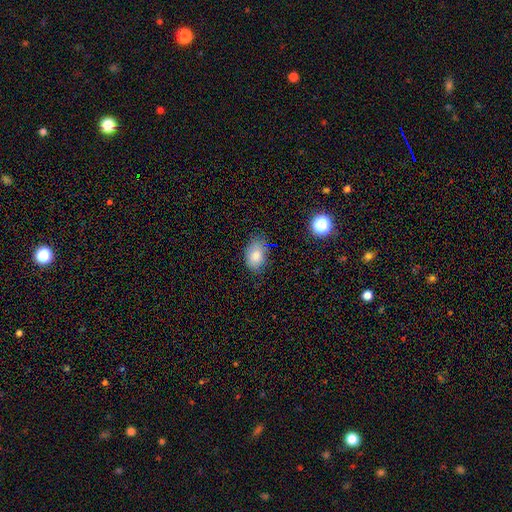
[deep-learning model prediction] smooth-or-featured: smooth: 83% | star or artifact: 10% | featured or disk: 7%
  how-rounded: in between: 86% | round: 12% | cigar-shaped: 1%
  merging: none: 72% | minor disturbance: 21% | major disturbance: 5% | merger: 2%